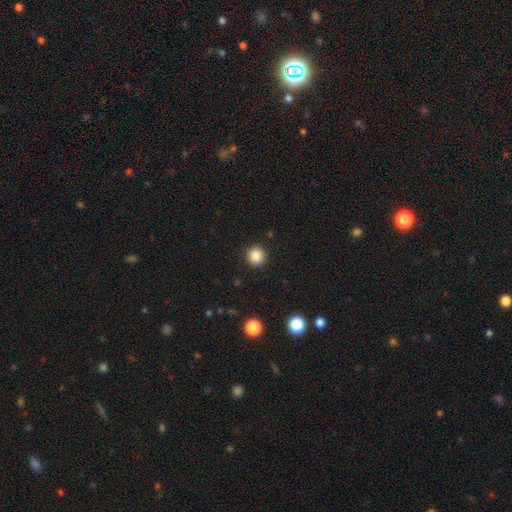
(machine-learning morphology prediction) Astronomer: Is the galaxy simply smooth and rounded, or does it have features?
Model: smooth — 87%.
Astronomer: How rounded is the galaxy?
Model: round — 94%.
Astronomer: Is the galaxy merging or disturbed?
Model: none — 92%.